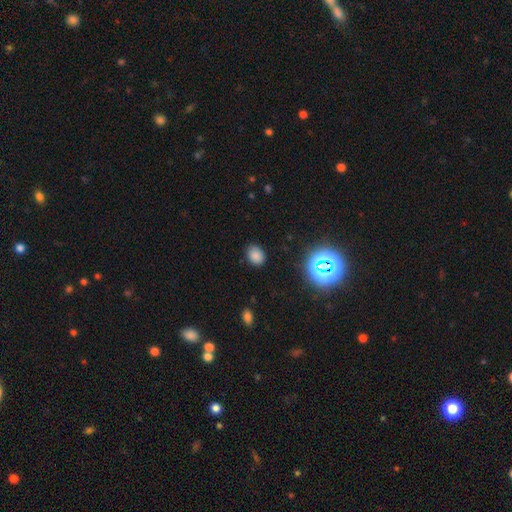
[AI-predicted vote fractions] smooth 77%, star or artifact 17%, featured or disk 5%. Down the decision tree: how rounded — in between (68%); merging — none (82%).